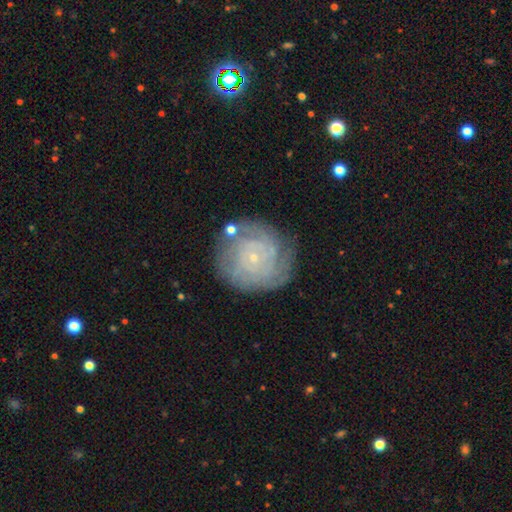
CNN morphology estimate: Q: Smooth or featured?
A: featured or disk (70%); runner-up: smooth (17%)
Q: Edge-on disk?
A: no (97%); runner-up: yes (3%)
Q: Bar?
A: no (79%); runner-up: weak (17%)
Q: Spiral arms?
A: yes (92%); runner-up: no (8%)
Q: Spiral winding?
A: tight (78%); runner-up: medium (18%)
Q: Spiral arm count?
A: can't tell (40%); runner-up: 2 (16%)
Q: Bulge size?
A: small (87%); runner-up: moderate (7%)
Q: Merging?
A: none (78%); runner-up: minor disturbance (14%)